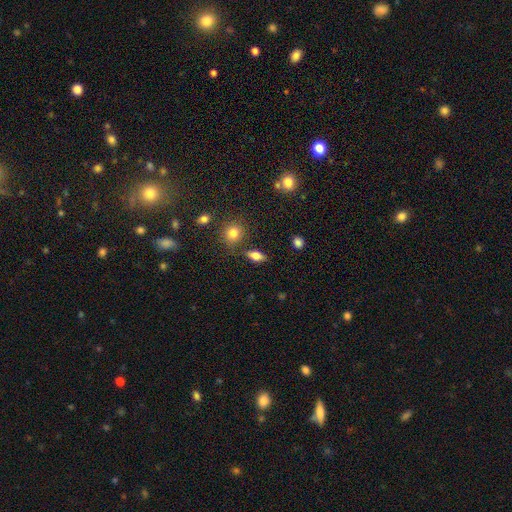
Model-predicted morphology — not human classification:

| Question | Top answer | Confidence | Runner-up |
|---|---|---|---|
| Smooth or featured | smooth | 73% | featured or disk (17%) |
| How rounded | in between | 80% | cigar-shaped (11%) |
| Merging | none | 79% | minor disturbance (12%) |